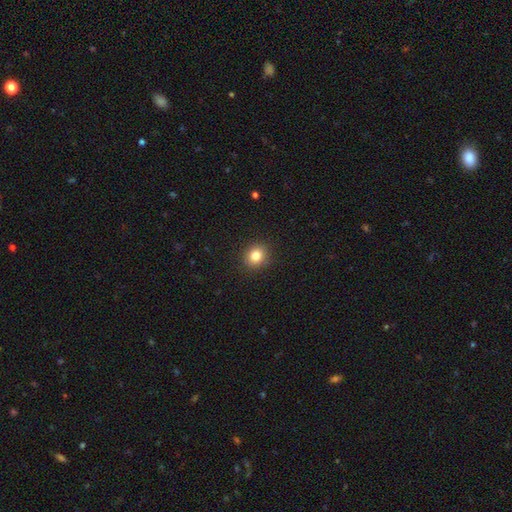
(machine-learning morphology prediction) Smooth or featured? smooth (83%)
How rounded? round (73%)
Merging? none (91%)